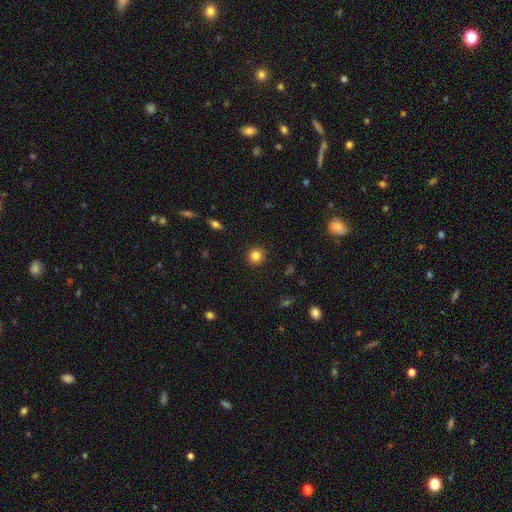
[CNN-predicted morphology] smooth 83%, star or artifact 11%, featured or disk 6%. Down the decision tree: how rounded — round (90%); merging — none (92%).